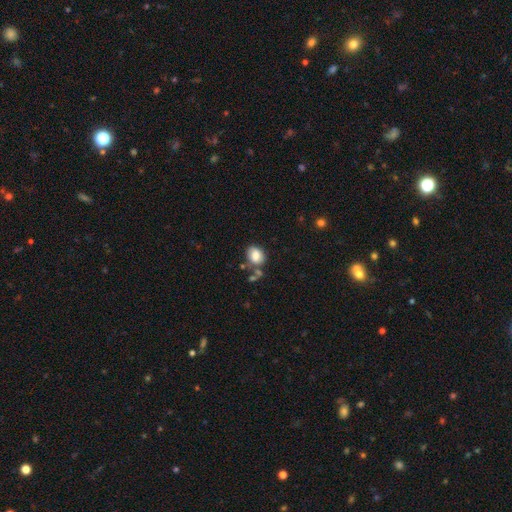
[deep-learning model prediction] Overall: smooth (82%). How rounded: in between (60%; round 39%). Merging: none (56%; minor disturbance 21%).